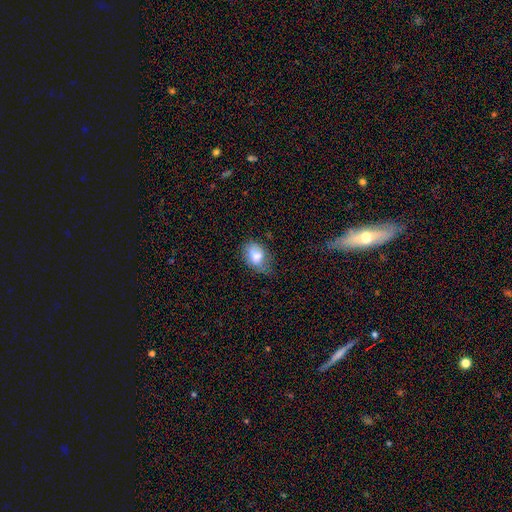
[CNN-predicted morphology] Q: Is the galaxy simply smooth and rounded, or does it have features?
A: smooth — 77%.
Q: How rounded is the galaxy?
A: in between — 80%.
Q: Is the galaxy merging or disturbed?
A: none — 48%.